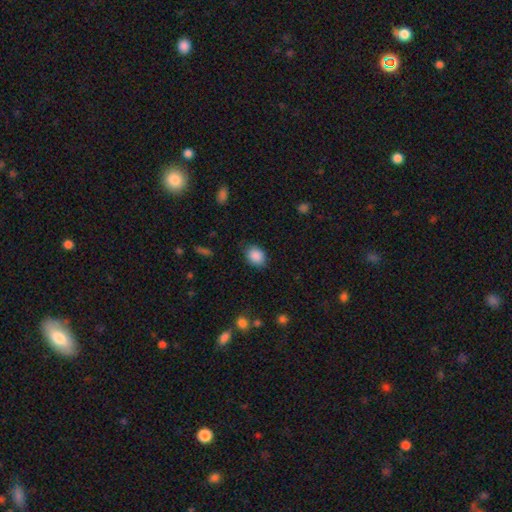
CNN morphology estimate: This appears to be a smooth galaxy with no disk features (89%) that is in between round and cigar-shaped (60%). Merging: none (81%).